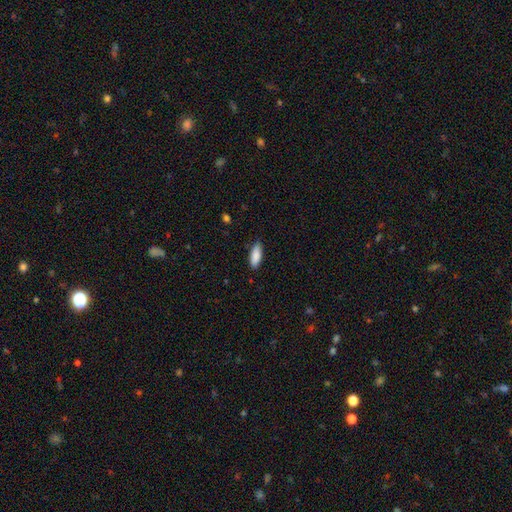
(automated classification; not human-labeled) Q: Smooth or featured?
A: smooth (88%); runner-up: featured or disk (6%)
Q: How rounded?
A: in between (67%); runner-up: cigar-shaped (32%)
Q: Merging?
A: none (83%); runner-up: minor disturbance (13%)